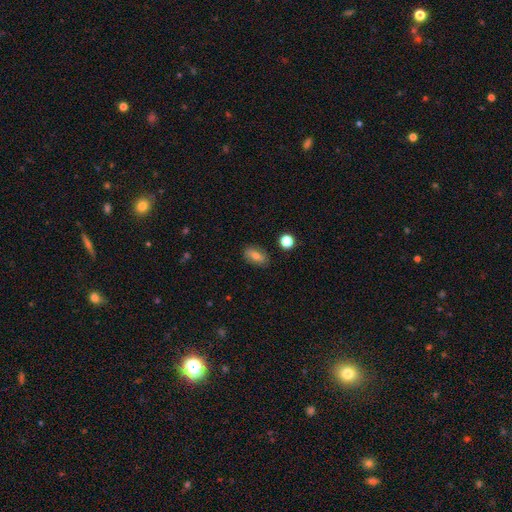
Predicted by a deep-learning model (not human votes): Overall: smooth (72%). How rounded: in between (86%). Merging: none (85%).